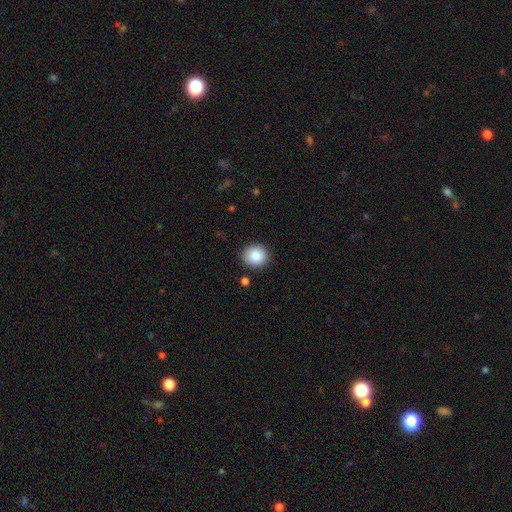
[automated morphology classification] A smooth galaxy with no disk features (86%) that is round (82%). Merging: none (89%).